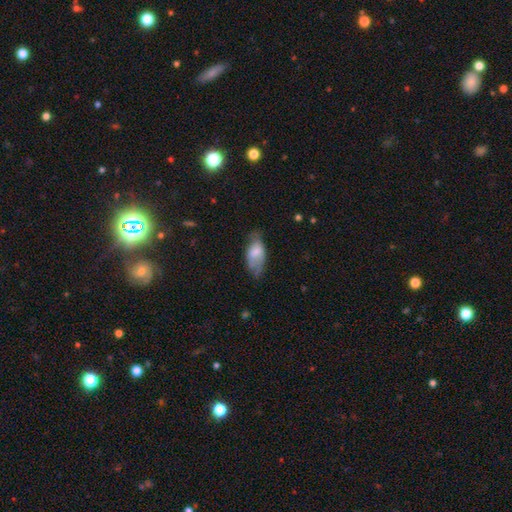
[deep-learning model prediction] Overall: smooth (63%; featured or disk 28%). How rounded: in between (88%). Merging: none (54%; minor disturbance 32%).